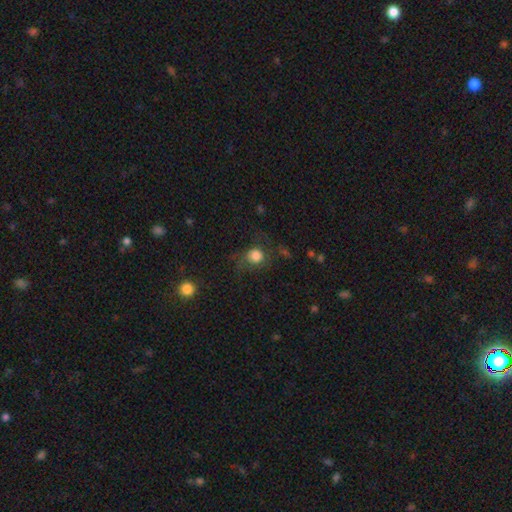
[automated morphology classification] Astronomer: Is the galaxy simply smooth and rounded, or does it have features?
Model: smooth — 75%.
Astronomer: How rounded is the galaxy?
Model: round — 84%.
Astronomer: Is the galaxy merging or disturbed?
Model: none — 59%.